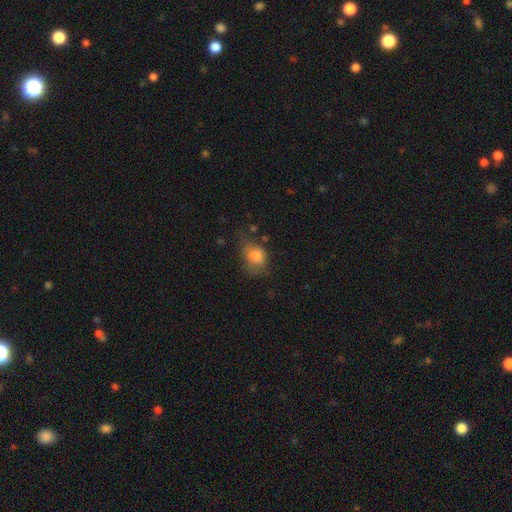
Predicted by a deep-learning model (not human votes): A smooth galaxy with no disk features (79%) that is in between round and cigar-shaped (67%). Merging: none (42%).